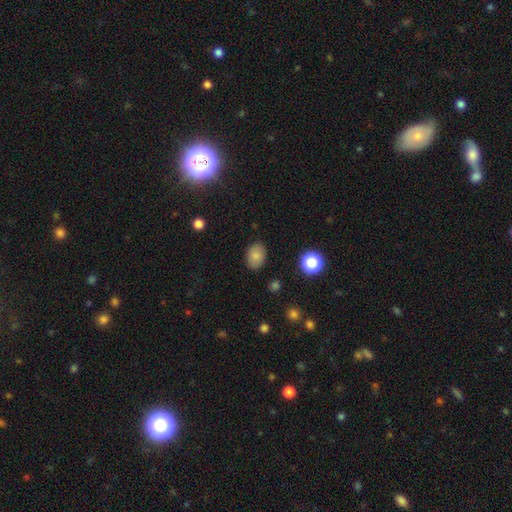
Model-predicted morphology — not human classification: This appears to be a smooth galaxy with no disk features (83%) that is in between round and cigar-shaped (78%). Merging: none (86%).